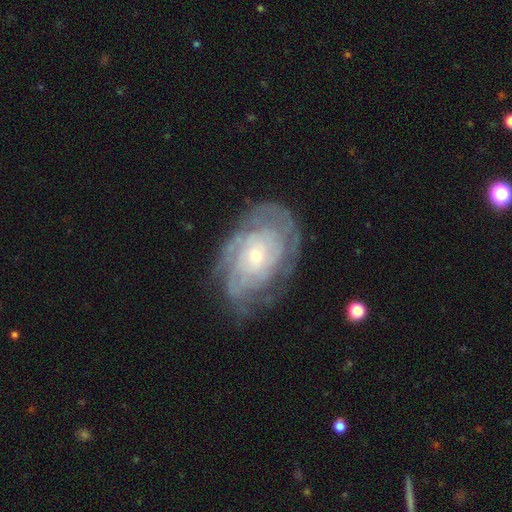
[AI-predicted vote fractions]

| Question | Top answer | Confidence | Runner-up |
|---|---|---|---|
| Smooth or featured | featured or disk | 82% | smooth (12%) |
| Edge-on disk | no | 96% | yes (4%) |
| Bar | no | 77% | weak (19%) |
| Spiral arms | yes | 90% | no (10%) |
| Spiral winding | tight | 75% | medium (20%) |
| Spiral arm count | can't tell | 50% | 4 (13%) |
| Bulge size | small | 68% | moderate (27%) |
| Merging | none | 70% | minor disturbance (19%) |